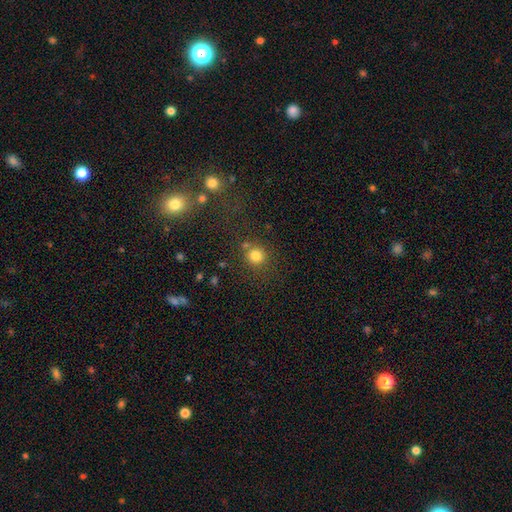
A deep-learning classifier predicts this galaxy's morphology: This appears to be a smooth galaxy with no disk features (80%) that is round (91%). Merging: none (73%).